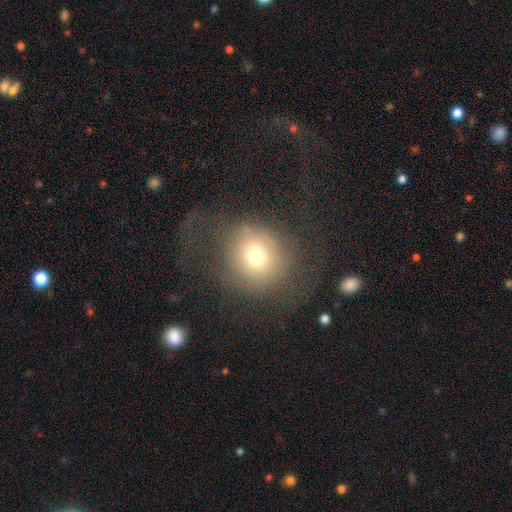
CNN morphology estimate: Smooth or featured? smooth (65%)
How rounded? round (84%)
Merging? none (51%)